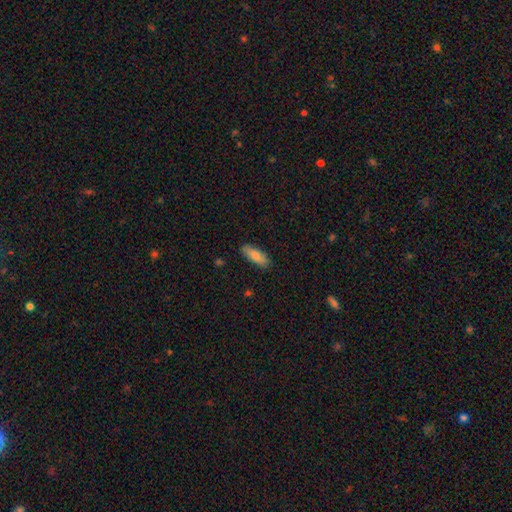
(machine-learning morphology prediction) This appears to be a smooth galaxy with no disk features (81%) that is in between round and cigar-shaped (64%). Merging: none (85%).